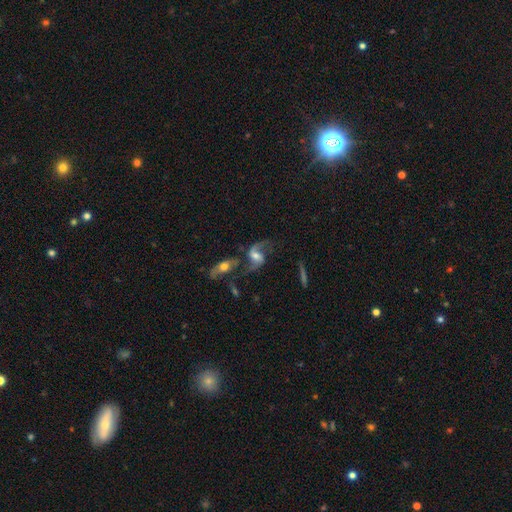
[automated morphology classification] Smooth or featured?
  - featured or disk: 82% *
  - smooth: 12%
  - star or artifact: 7%
Edge-on disk?
  - no: 95% *
  - yes: 5%
Bar?
  - weak: 46% *
  - no: 35%
  - strong: 19%
Spiral arms?
  - yes: 94% *
  - no: 6%
Spiral winding?
  - loose: 67% *
  - medium: 28%
  - tight: 5%
Spiral arm count?
  - 2: 87% *
  - 1: 6%
  - can't tell: 3%
  - 3: 1%
  - 4: 1%
  - more than 4: 1%
Bulge size?
  - moderate: 58% *
  - small: 24%
  - large: 12%
  - none: 5%
  - dominant: 2%
Merging?
  - none: 42% *
  - merger: 32%
  - minor disturbance: 14%
  - major disturbance: 12%